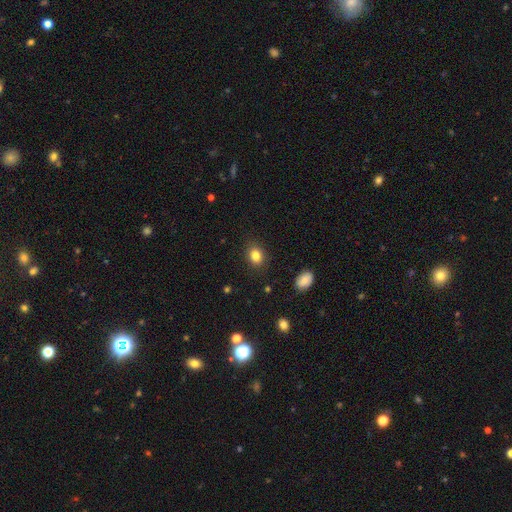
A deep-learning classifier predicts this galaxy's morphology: This appears to be a smooth galaxy with no disk features (83%) that is in between round and cigar-shaped (52%). Merging: none (87%).